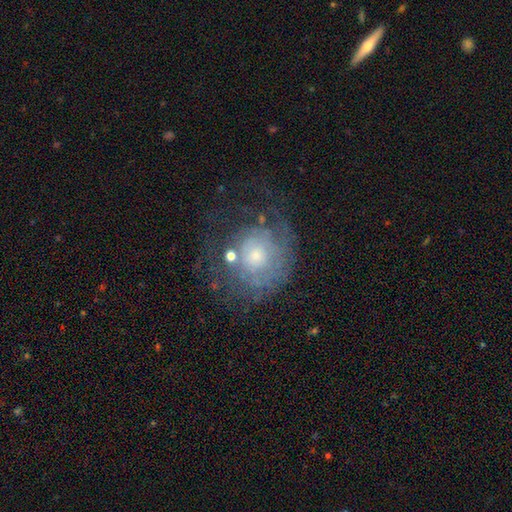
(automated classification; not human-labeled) smooth_or_featured: featured or disk (p=0.62) [alt: smooth p=0.28]
disk_edge_on: no (p=0.97) [alt: yes p=0.03]
bar: no (p=0.82) [alt: weak p=0.15]
has_spiral_arms: yes (p=0.69) [alt: no p=0.31]
bulge_size: small (p=0.51) [alt: moderate p=0.39]
merging: none (p=0.54) [alt: major disturbance p=0.22]